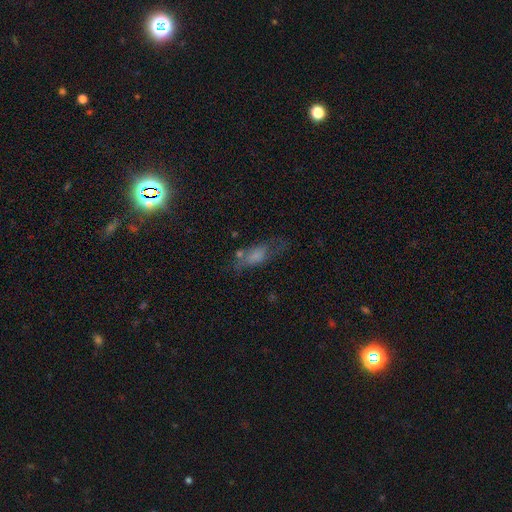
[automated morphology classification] Smooth or featured? smooth (57%)
How rounded? in between (66%)
Merging? none (48%)